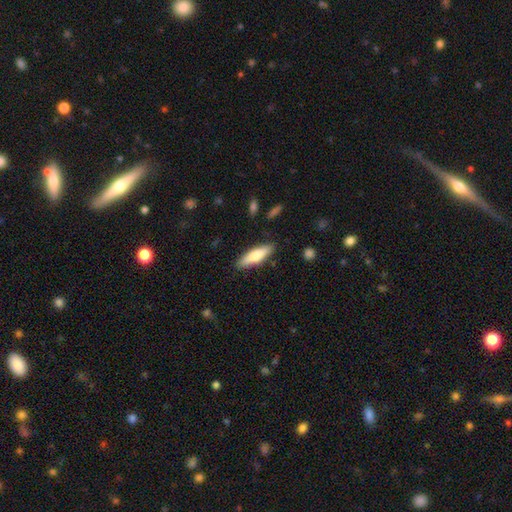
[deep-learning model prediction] This is likely a smooth galaxy (65%). How rounded: likely cigar-shaped (61%). Merging: clearly none (87%).